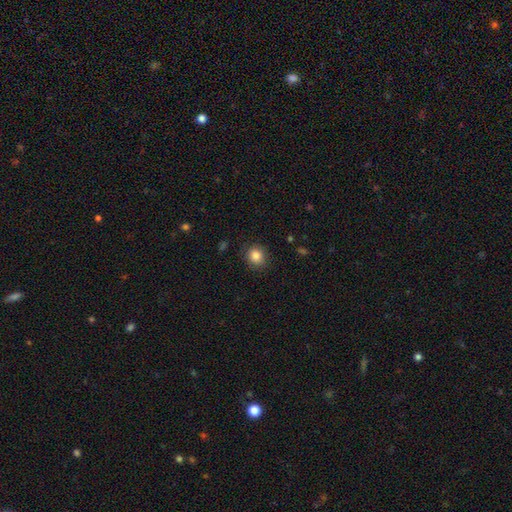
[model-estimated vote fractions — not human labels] Smooth or featured?
  - smooth: 85% *
  - star or artifact: 10%
  - featured or disk: 5%
How rounded?
  - round: 81% *
  - in between: 18%
  - cigar-shaped: 1%
Merging?
  - none: 87% *
  - minor disturbance: 9%
  - major disturbance: 3%
  - merger: 1%